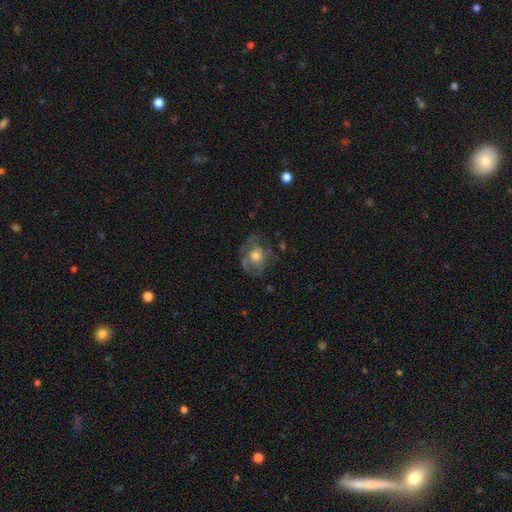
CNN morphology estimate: A featured or disk galaxy (56%) with no bar (83%), spiral arms (50%, tied with no) and a moderate central bulge (58%).

Vote fractions:
- Smooth or featured? featured or disk: 56% / smooth: 35% / star or artifact: 8%
- Edge-on disk? no: 96% / yes: 4%
- Bar? no: 83% / weak: 14% / strong: 3%
- Spiral arms? yes: 50% (tied) / no: 50% (tied)
- Bulge size? moderate: 58% / large: 26% / small: 12% / none: 2% / dominant: 2%
- Merging? none: 58% / minor disturbance: 22% / major disturbance: 18% / merger: 2%